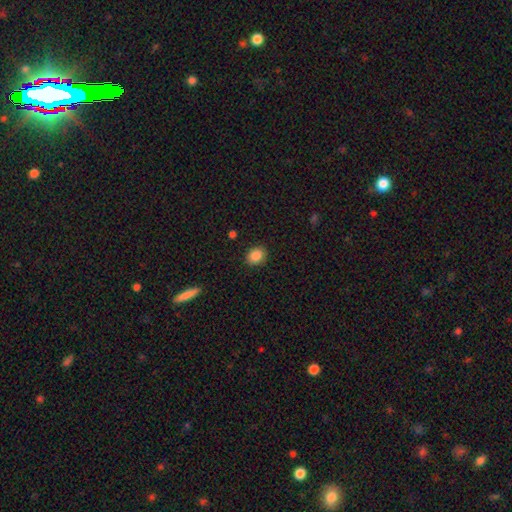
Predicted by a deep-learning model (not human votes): Q: Smooth or featured?
A: smooth (87%); runner-up: star or artifact (9%)
Q: How rounded?
A: round (57%); runner-up: in between (42%)
Q: Merging?
A: none (89%); runner-up: minor disturbance (8%)